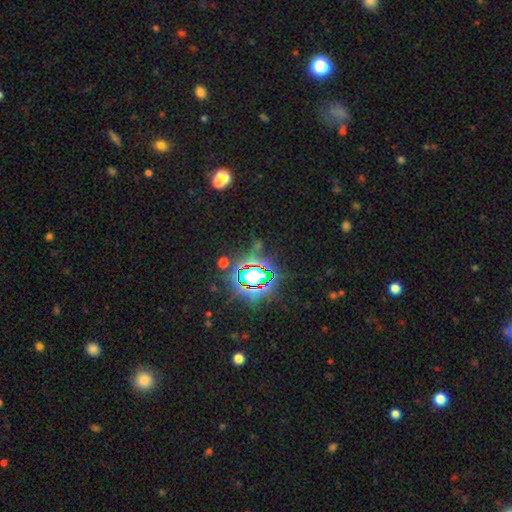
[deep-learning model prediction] This appears to be a star or artifact, not a galaxy (81%).